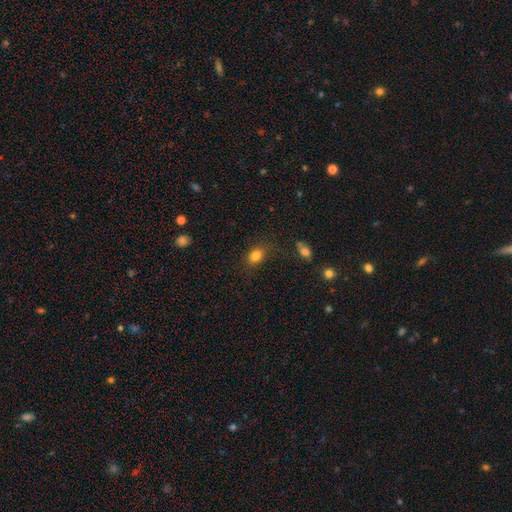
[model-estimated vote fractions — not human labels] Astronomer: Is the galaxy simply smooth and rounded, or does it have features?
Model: smooth — 82%.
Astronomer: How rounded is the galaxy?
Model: in between — 72%.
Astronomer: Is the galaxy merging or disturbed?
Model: none — 77%.